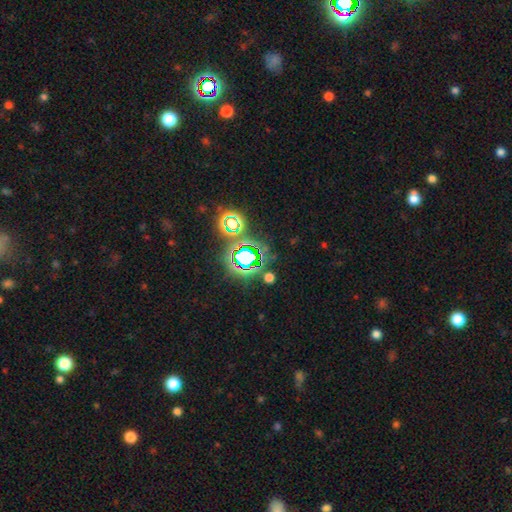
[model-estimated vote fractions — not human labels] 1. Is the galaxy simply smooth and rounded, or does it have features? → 75% star or artifact, 16% smooth, 9% featured or disk.